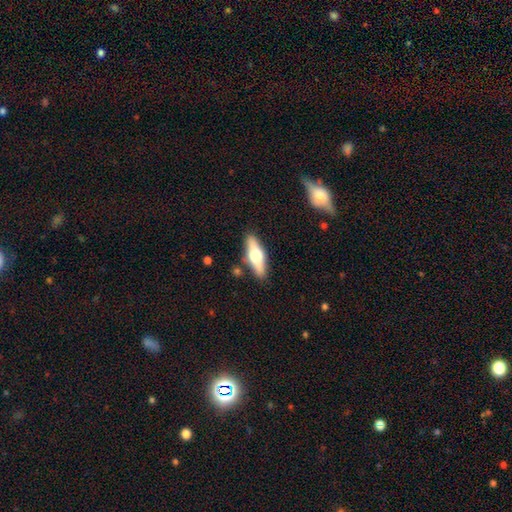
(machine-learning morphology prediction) featured or disk 52%, smooth 43%, star or artifact 6%. Down the decision tree: edge-on disk — yes (90%); merging — none (86%).